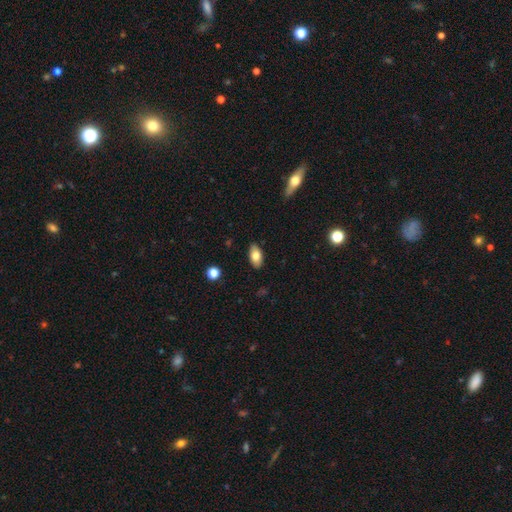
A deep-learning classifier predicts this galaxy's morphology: Smooth or featured? smooth (77%)
How rounded? in between (92%)
Merging? none (87%)